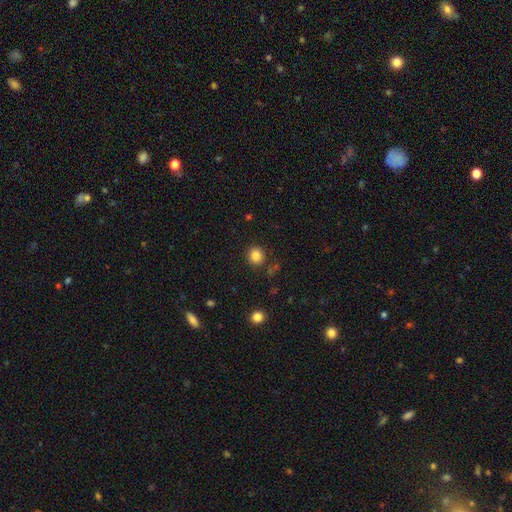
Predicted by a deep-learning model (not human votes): The model was most divided on "how rounded": round: 85%, in between: 14%, cigar-shaped: 1%. More confident: merging — none (86%); smooth or featured — smooth (84%).